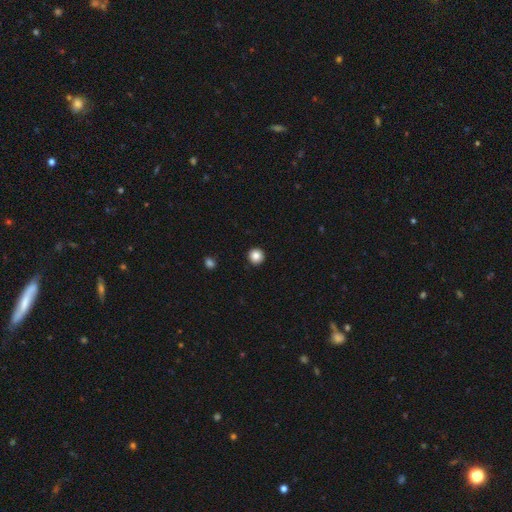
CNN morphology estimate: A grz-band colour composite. It shows a smooth galaxy with no disk features (85%) that is round (95%). Merging: none (93%).